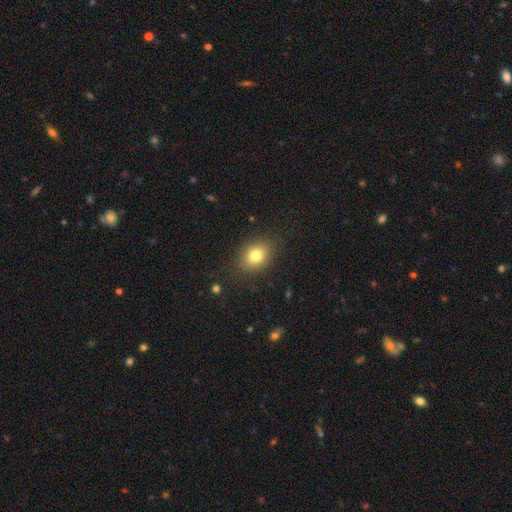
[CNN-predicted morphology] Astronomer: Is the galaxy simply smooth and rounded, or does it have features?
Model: smooth — 80%.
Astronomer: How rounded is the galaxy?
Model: in between — 65%.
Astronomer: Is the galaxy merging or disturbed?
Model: none — 84%.